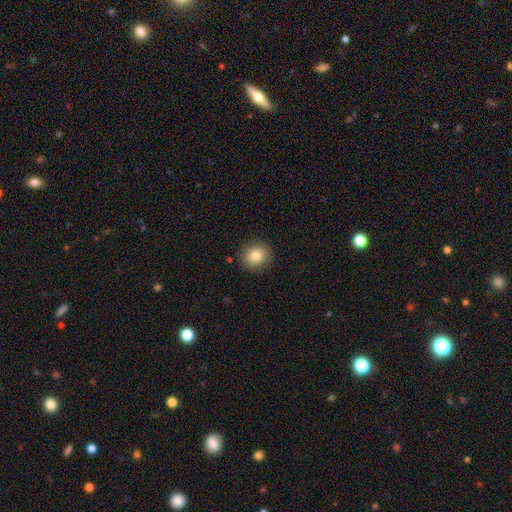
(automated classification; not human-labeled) A smooth galaxy with no disk features (82%) that is round (86%). Merging: none (89%).